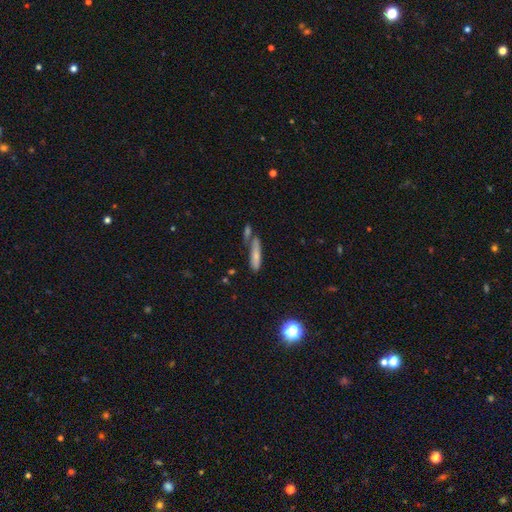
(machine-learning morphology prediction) The model was most divided on "merging": none: 50%, merger: 27%, minor disturbance: 16%, major disturbance: 7%. More confident: how rounded — cigar-shaped (71%); smooth or featured — smooth (70%).